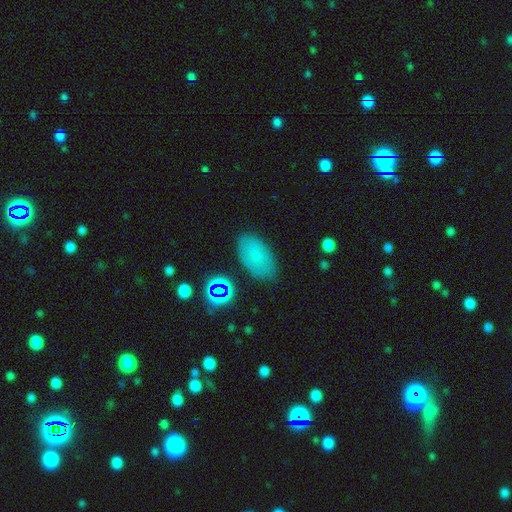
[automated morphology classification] smooth-or-featured: smooth: 71% | star or artifact: 15% | featured or disk: 14%
  how-rounded: in between: 92% | round: 6% | cigar-shaped: 2%
  merging: none: 79% | minor disturbance: 14% | major disturbance: 4% | merger: 2%